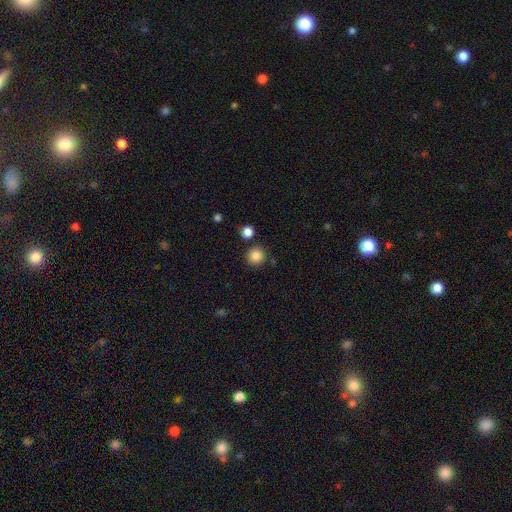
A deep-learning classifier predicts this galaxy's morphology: Q: Smooth or featured?
A: smooth (86%); runner-up: star or artifact (10%)
Q: How rounded?
A: round (94%); runner-up: in between (5%)
Q: Merging?
A: none (85%); runner-up: minor disturbance (7%)